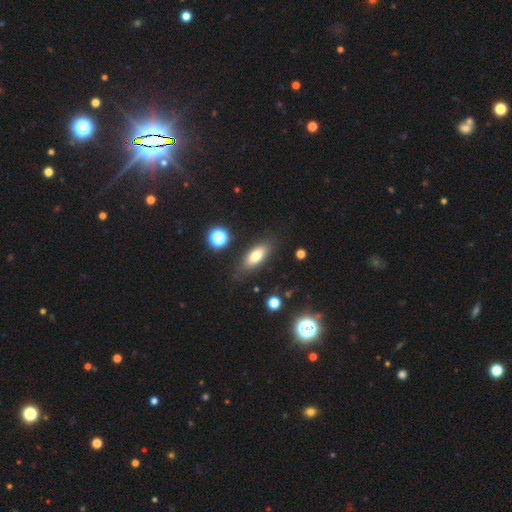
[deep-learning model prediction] Smooth or featured? Predicted: smooth (p=0.75). How rounded? Predicted: in between (p=0.76). Merging? Predicted: none (p=0.81).